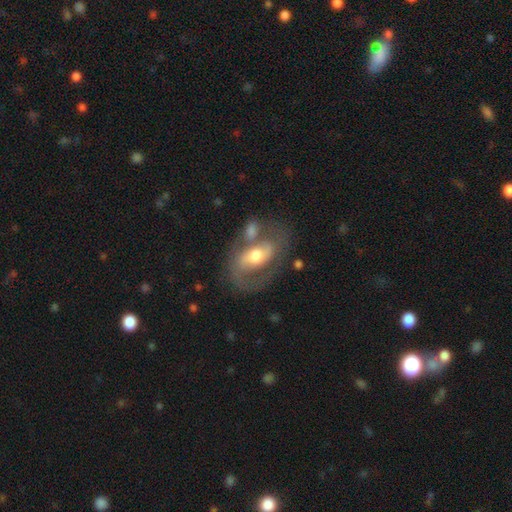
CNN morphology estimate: Smooth or featured? Predicted: featured or disk (p=0.73). Edge-on disk? Predicted: no (p=0.95). Bar? Predicted: weak (p=0.38). Spiral arms? Predicted: yes (p=0.76). Spiral winding? Predicted: medium (p=0.51). Spiral arm count? Predicted: 2 (p=0.77). Bulge size? Predicted: moderate (p=0.70). Merging? Predicted: none (p=0.52).